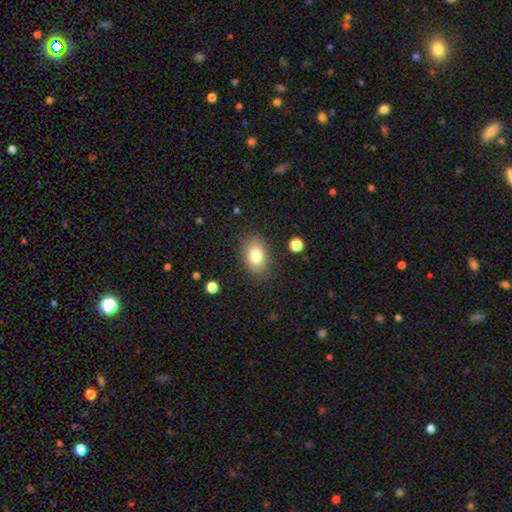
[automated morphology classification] Smooth or featured: smooth — 80% (featured or disk — 11%)
How rounded: in between — 82% (round — 17%)
Merging: none — 85% (minor disturbance — 10%)